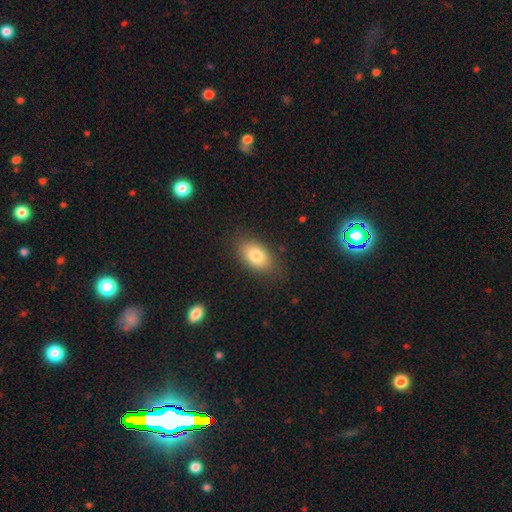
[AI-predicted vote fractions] smooth 80%, featured or disk 12%, star or artifact 8%. Down the decision tree: how rounded — in between (90%); merging — none (83%).